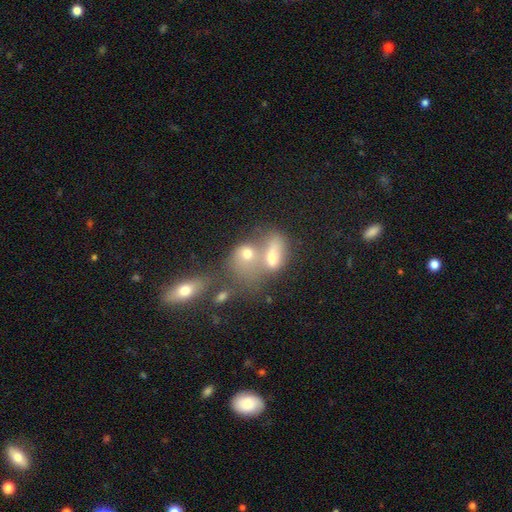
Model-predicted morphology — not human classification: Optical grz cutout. It shows a smooth galaxy with no disk features (52%) that is in between round and cigar-shaped (68%). Merging: merger (61%).